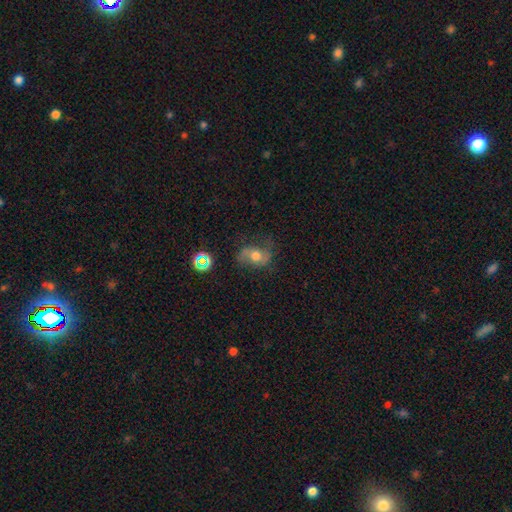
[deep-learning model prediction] The model was most divided on "smooth or featured": featured or disk: 50%, smooth: 37%, star or artifact: 14%. More confident: merging — none (55%).